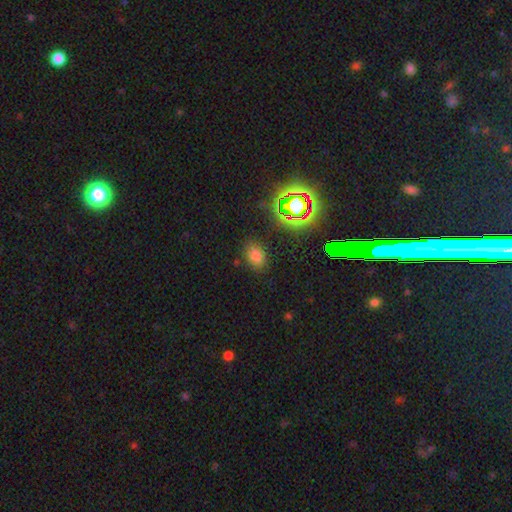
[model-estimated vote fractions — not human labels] Q: Smooth or featured?
A: smooth (67%); runner-up: star or artifact (25%)
Q: How rounded?
A: in between (75%); runner-up: round (24%)
Q: Merging?
A: none (84%); runner-up: minor disturbance (11%)